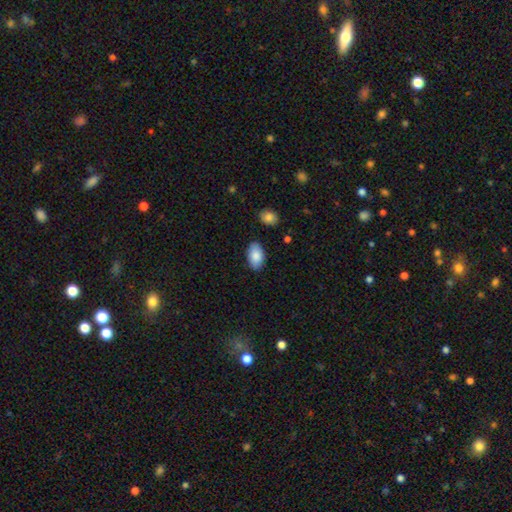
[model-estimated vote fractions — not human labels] smooth_or_featured: smooth (p=0.87) [alt: featured or disk p=0.07]
how_rounded: in between (p=0.94) [alt: round p=0.04]
merging: none (p=0.85) [alt: minor disturbance p=0.10]